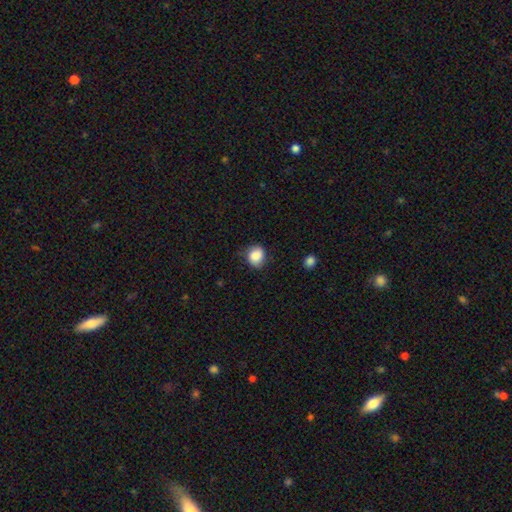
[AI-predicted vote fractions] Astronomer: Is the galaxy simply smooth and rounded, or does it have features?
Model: smooth — 86%.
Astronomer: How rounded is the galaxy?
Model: round — 70%.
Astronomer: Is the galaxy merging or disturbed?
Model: none — 74%.